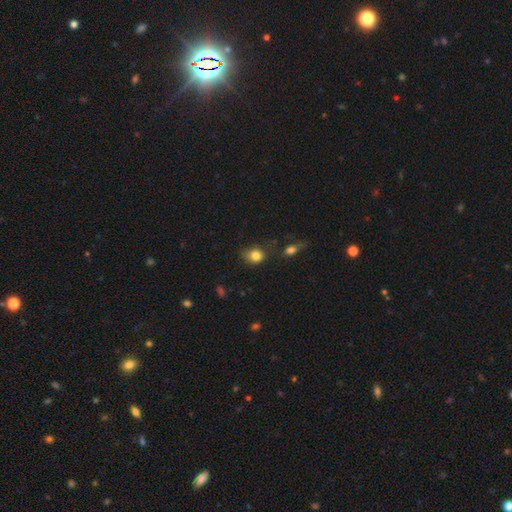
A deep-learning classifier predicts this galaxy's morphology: A smooth galaxy with no disk features (82%) that is round (60%).

Vote fractions:
- Smooth or featured? smooth: 82% / star or artifact: 11% / featured or disk: 8%
- How rounded? round: 60% / in between: 39% / cigar-shaped: 1%
- Merging? none: 52% / minor disturbance: 28% / major disturbance: 11% / merger: 8%